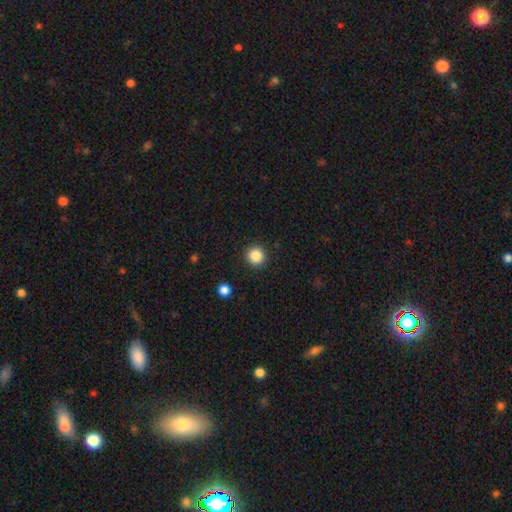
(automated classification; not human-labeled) A smooth galaxy with no disk features (86%) that is round (94%).

Vote fractions:
- Smooth or featured? smooth: 86% / star or artifact: 10% / featured or disk: 4%
- How rounded? round: 94% / in between: 5% / cigar-shaped: 1%
- Merging? none: 92% / minor disturbance: 5% / major disturbance: 2% / merger: 1%